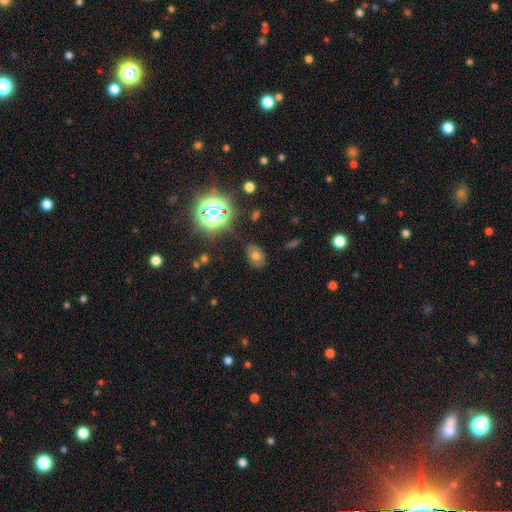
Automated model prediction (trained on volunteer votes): smooth 63%, star or artifact 21%, featured or disk 16%. Down the decision tree: how rounded — in between (66%); merging — none (76%).